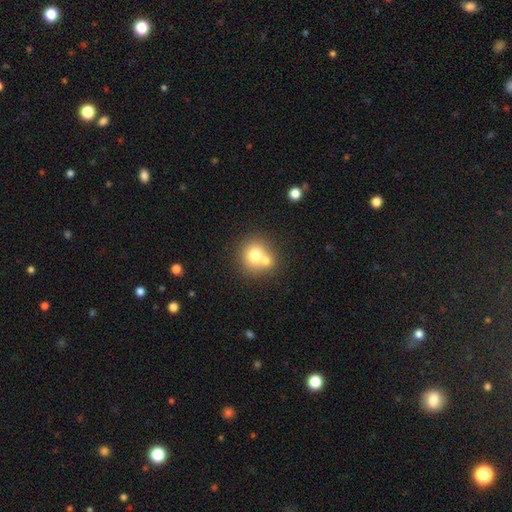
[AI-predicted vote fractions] Smooth or featured? Predicted: smooth (p=0.72). How rounded? Predicted: round (p=0.85). Merging? Predicted: merger (p=0.45, tied with none).